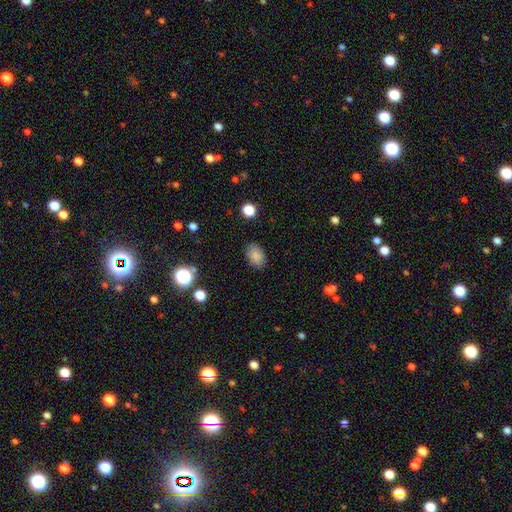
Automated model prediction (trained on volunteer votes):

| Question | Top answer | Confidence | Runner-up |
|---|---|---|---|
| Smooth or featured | smooth | 85% | star or artifact (10%) |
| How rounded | in between | 84% | round (15%) |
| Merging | none | 85% | minor disturbance (11%) |